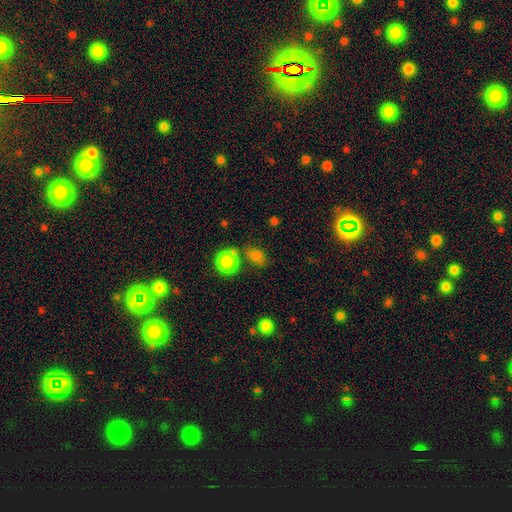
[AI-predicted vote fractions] smooth-or-featured: smooth: 81% | star or artifact: 12% | featured or disk: 6%
  how-rounded: in between: 65% | round: 32% | cigar-shaped: 2%
  merging: none: 58% | merger: 17% | minor disturbance: 17% | major disturbance: 7%